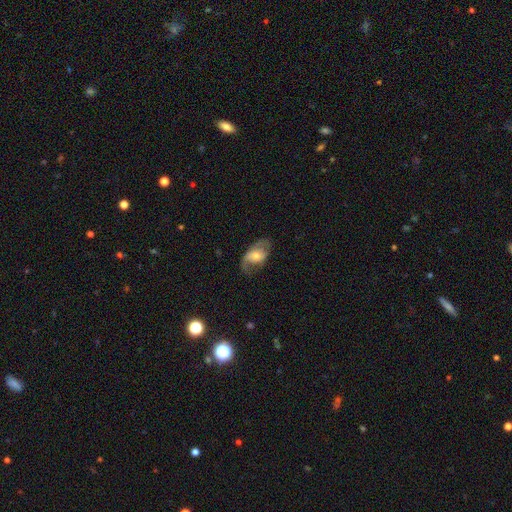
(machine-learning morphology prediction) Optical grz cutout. It shows a featured or disk galaxy (57%) with no bar (62%), spiral arms (74%) and a moderate central bulge (50%). Merging: none (55%).